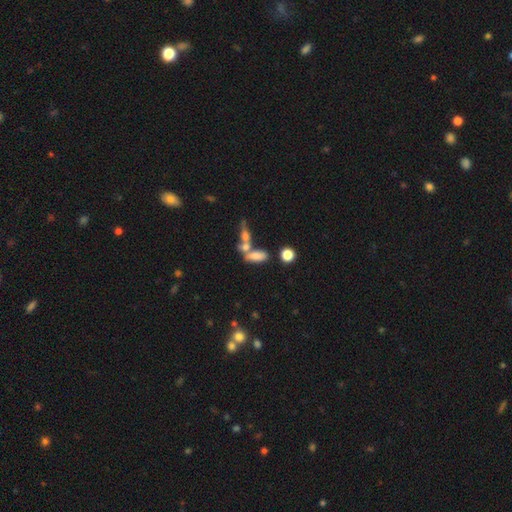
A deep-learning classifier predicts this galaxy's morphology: Smooth or featured?
  - smooth: 69% *
  - featured or disk: 19%
  - star or artifact: 11%
How rounded?
  - in between: 70% *
  - cigar-shaped: 24%
  - round: 6%
Merging?
  - merger: 45% *
  - none: 36%
  - minor disturbance: 12%
  - major disturbance: 7%